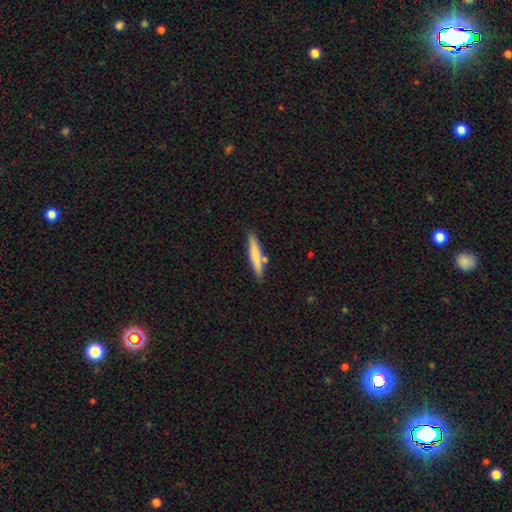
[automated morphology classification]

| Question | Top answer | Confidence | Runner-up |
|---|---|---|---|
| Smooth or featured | smooth | 72% | featured or disk (23%) |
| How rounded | cigar-shaped | 92% | in between (7%) |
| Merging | none | 80% | minor disturbance (10%) |